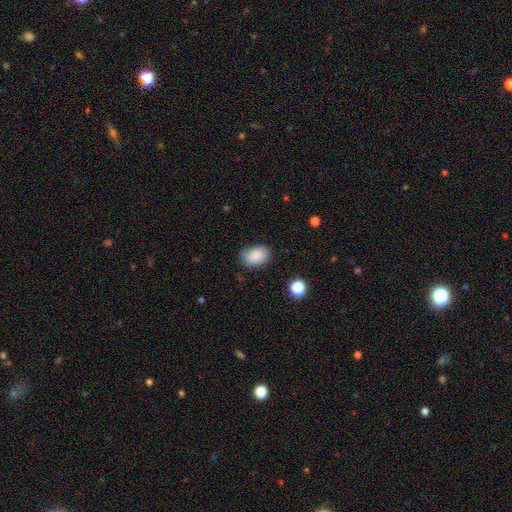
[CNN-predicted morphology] A smooth galaxy with no disk features (86%) that is in between round and cigar-shaped (85%). Merging: none (80%).